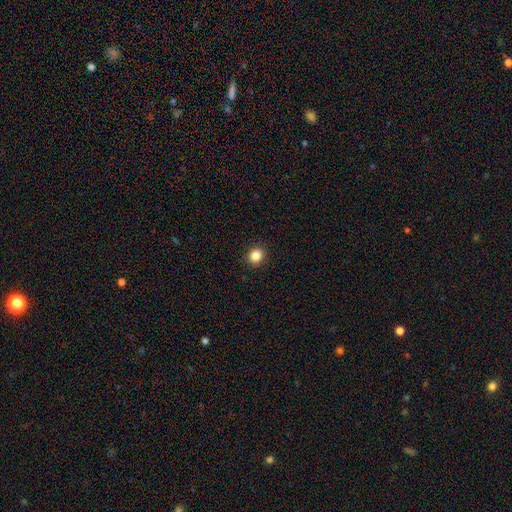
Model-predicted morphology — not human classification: Smooth or featured?
  - smooth: 85% *
  - star or artifact: 11%
  - featured or disk: 4%
How rounded?
  - round: 79% *
  - in between: 20%
  - cigar-shaped: 1%
Merging?
  - none: 91% *
  - minor disturbance: 6%
  - major disturbance: 2%
  - merger: 1%